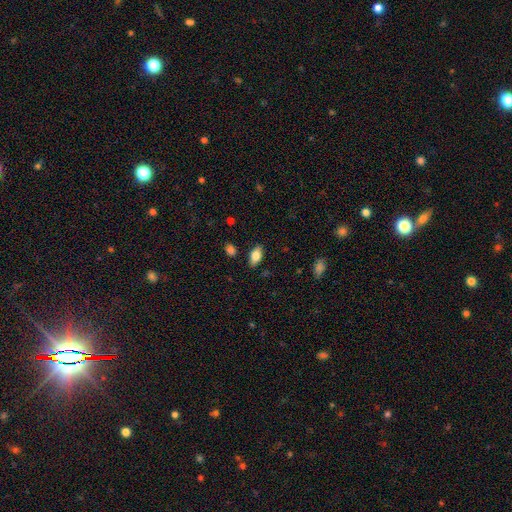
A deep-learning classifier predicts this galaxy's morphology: Smooth or featured?
  - smooth: 75% *
  - featured or disk: 17%
  - star or artifact: 7%
How rounded?
  - in between: 89% *
  - cigar-shaped: 7%
  - round: 4%
Merging?
  - none: 86% *
  - minor disturbance: 10%
  - major disturbance: 2%
  - merger: 2%